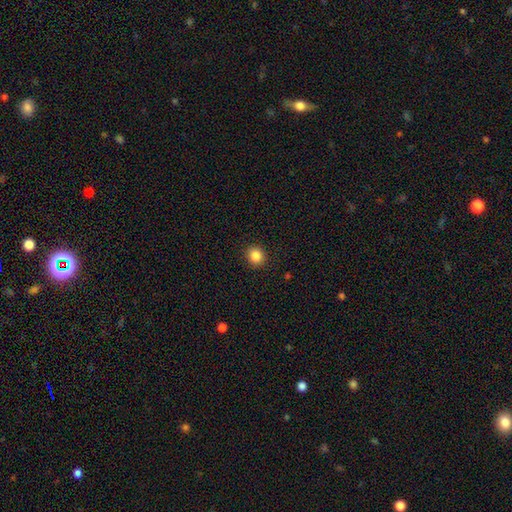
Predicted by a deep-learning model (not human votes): A smooth galaxy with no disk features (86%) that is round (85%).

Vote fractions:
- Smooth or featured? smooth: 86% / star or artifact: 10% / featured or disk: 4%
- How rounded? round: 85% / in between: 14% / cigar-shaped: 1%
- Merging? none: 91% / minor disturbance: 6% / major disturbance: 2% / merger: 1%